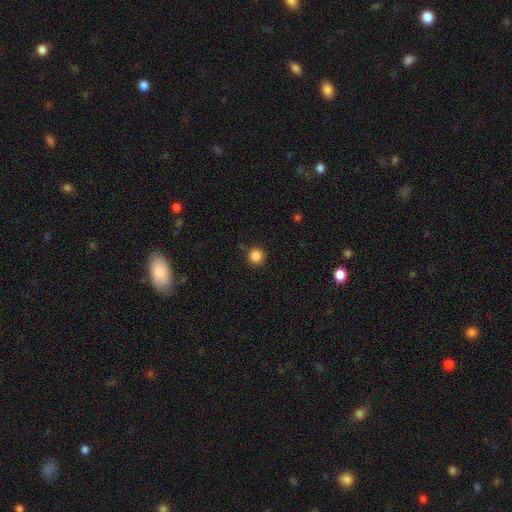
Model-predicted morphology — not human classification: type=smooth (86%); roundness=round (95%); merging=none (89%).